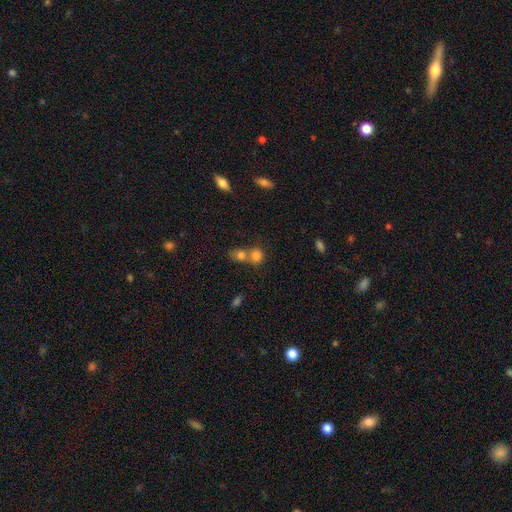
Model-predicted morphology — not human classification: smooth 79%, star or artifact 12%, featured or disk 9%. Down the decision tree: how rounded — round (75%); merging — merger (53%).